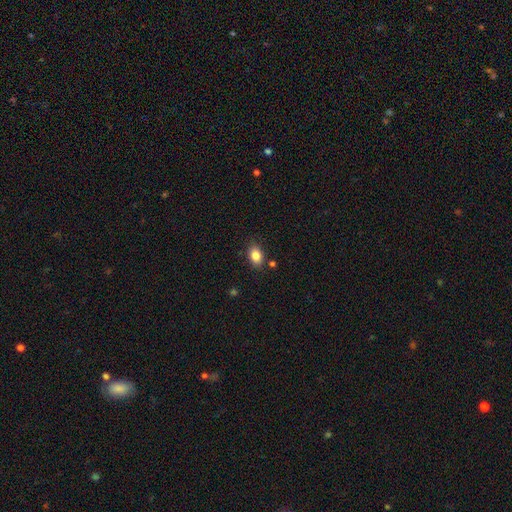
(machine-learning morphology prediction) smooth-or-featured: smooth: 84% | star or artifact: 9% | featured or disk: 7%
  how-rounded: in between: 82% | round: 17% | cigar-shaped: 1%
  merging: none: 82% | minor disturbance: 12% | merger: 3% | major disturbance: 3%